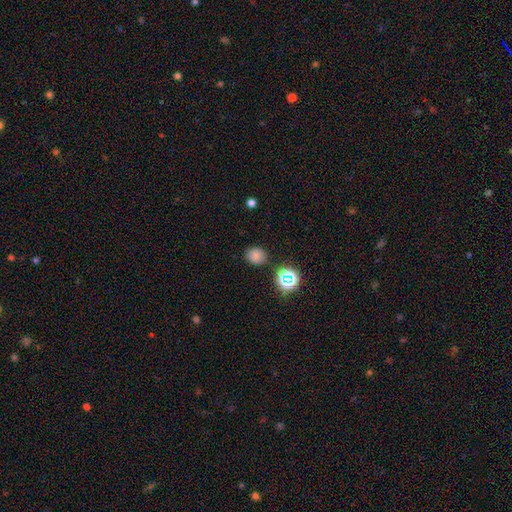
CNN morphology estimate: smooth 76%, star or artifact 18%, featured or disk 6%. Down the decision tree: how rounded — round (67%); merging — none (83%).